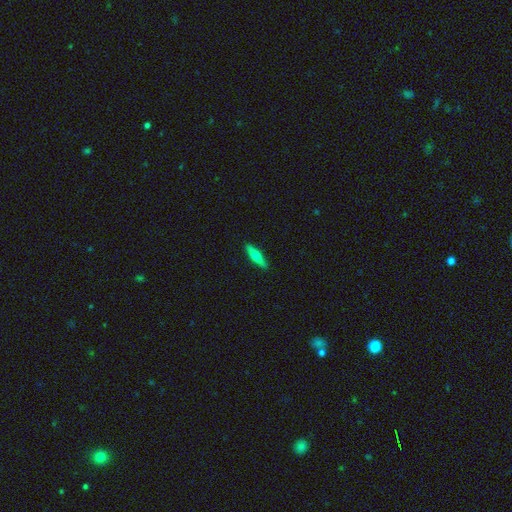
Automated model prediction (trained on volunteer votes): A smooth galaxy with no disk features (56%) that is cigar-shaped (79%).

Vote fractions:
- Smooth or featured? smooth: 56% / featured or disk: 38% / star or artifact: 6%
- How rounded? cigar-shaped: 79% / in between: 19% / round: 2%
- Merging? none: 90% / minor disturbance: 7% / major disturbance: 2% / merger: 1%